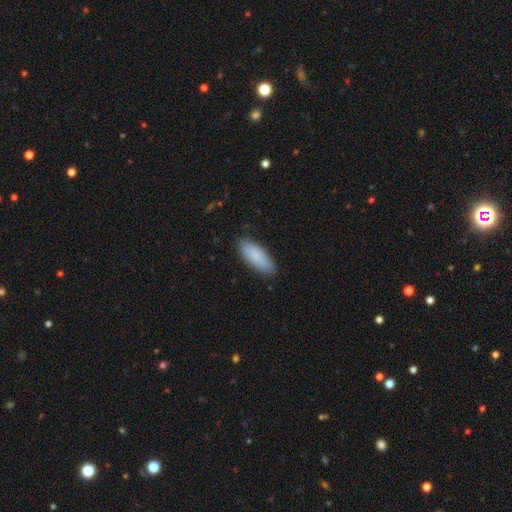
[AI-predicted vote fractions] A smooth galaxy with no disk features (87%) that is in between round and cigar-shaped (79%). Merging: none (83%).